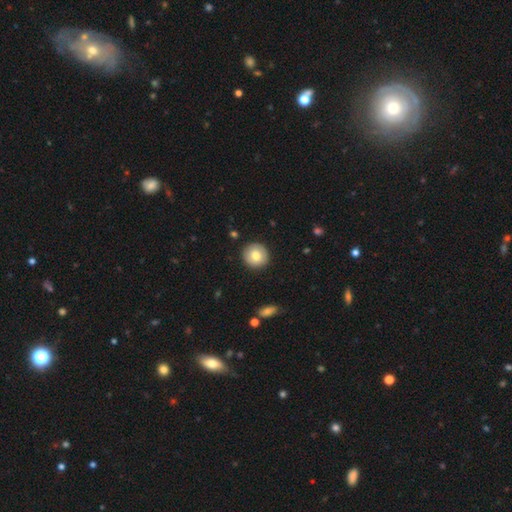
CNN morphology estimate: A smooth galaxy with no disk features (78%) that is round (92%). Merging: none (90%).